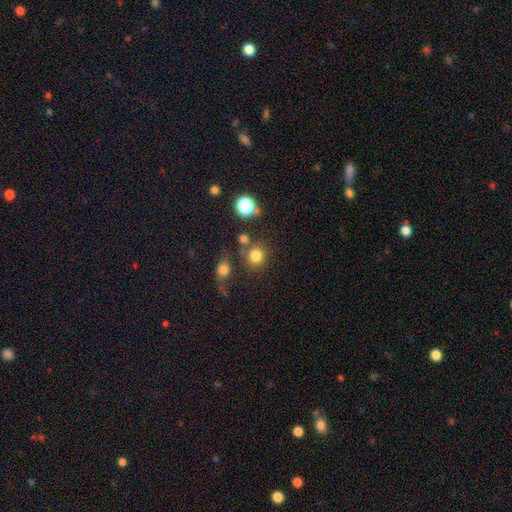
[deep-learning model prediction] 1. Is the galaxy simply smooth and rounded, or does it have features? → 78% smooth, 14% star or artifact, 7% featured or disk.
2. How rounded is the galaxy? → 83% round, 16% in between, 1% cigar-shaped.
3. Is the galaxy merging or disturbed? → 66% none, 16% merger, 11% minor disturbance, 6% major disturbance.